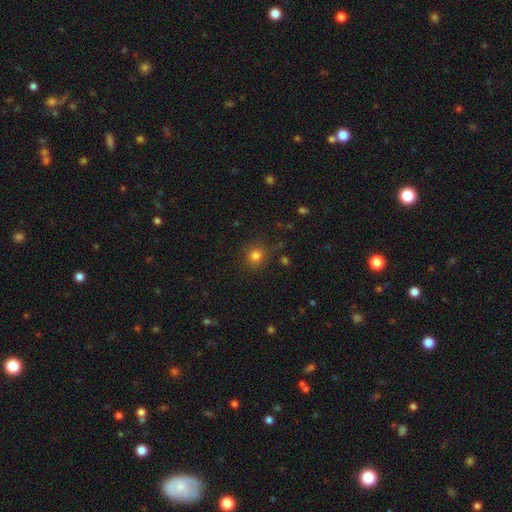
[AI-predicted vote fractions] The model was most divided on "how rounded": round: 78%, in between: 21%, cigar-shaped: 1%. More confident: merging — none (85%); smooth or featured — smooth (81%).